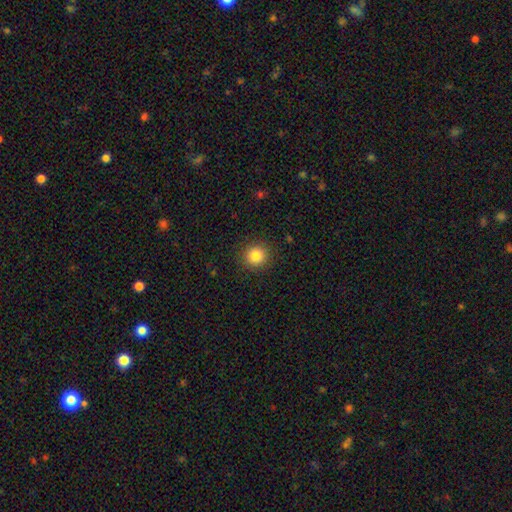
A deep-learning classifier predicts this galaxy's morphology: smooth-or-featured: smooth: 85% | star or artifact: 11% | featured or disk: 5%
  how-rounded: round: 91% | in between: 8% | cigar-shaped: 1%
  merging: none: 91% | minor disturbance: 6% | major disturbance: 2% | merger: 1%